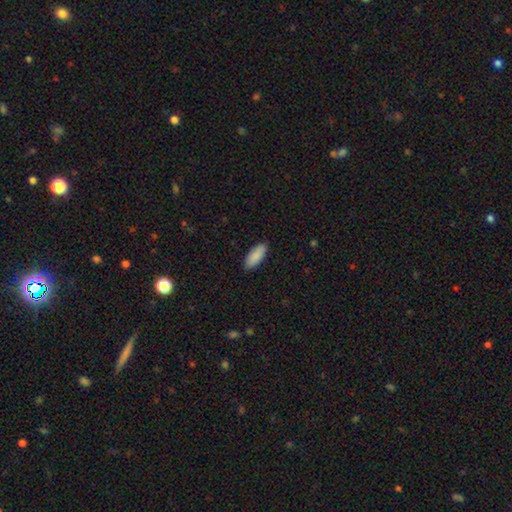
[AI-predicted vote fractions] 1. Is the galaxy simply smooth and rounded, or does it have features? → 90% smooth, 6% star or artifact, 4% featured or disk.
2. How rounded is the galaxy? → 81% in between, 18% cigar-shaped, 2% round.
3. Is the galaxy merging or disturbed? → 90% none, 8% minor disturbance, 2% major disturbance, 1% merger.